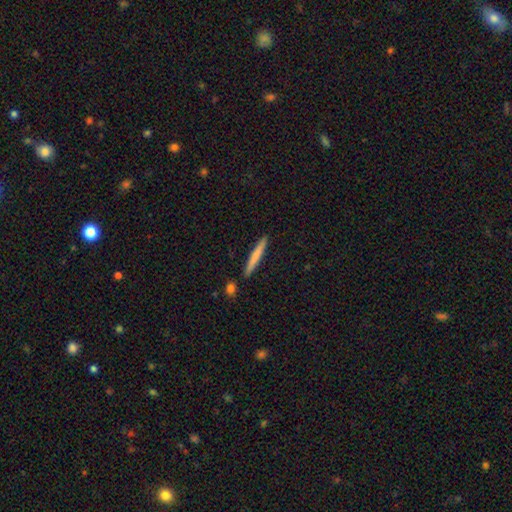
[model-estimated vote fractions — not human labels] smooth-or-featured: smooth: 70% | featured or disk: 25% | star or artifact: 5%
  how-rounded: cigar-shaped: 96% | in between: 3% | round: 1%
  merging: none: 89% | minor disturbance: 7% | merger: 3% | major disturbance: 1%